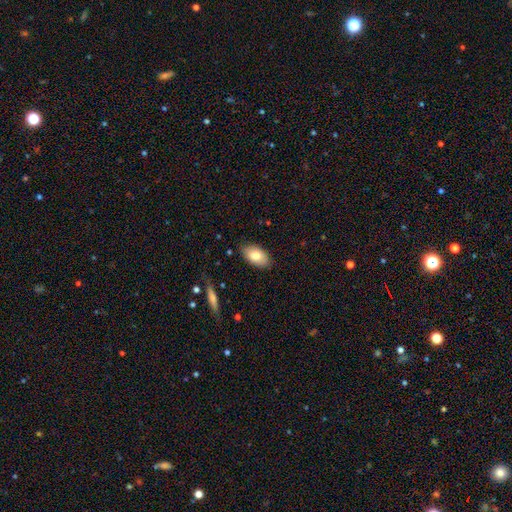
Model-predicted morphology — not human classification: This appears to be a smooth galaxy with no disk features (80%) that is in between round and cigar-shaped (93%). Merging: none (84%).